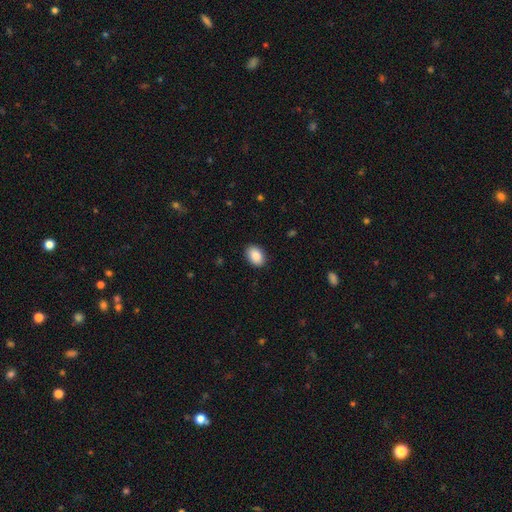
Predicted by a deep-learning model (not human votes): Smooth or featured? Predicted: smooth (p=0.89). How rounded? Predicted: in between (p=0.81). Merging? Predicted: none (p=0.89).